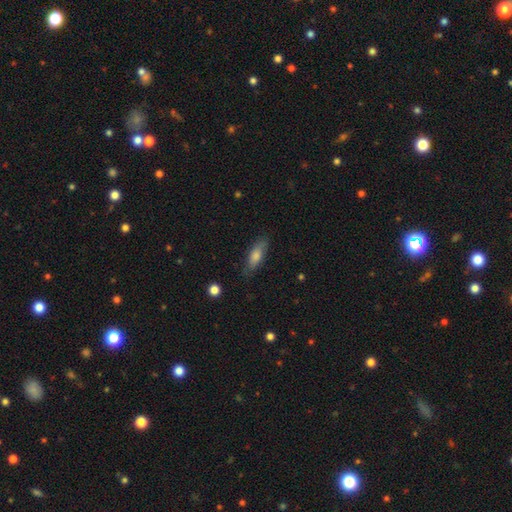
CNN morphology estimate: Overall: smooth (69%). How rounded: in between (49%, tied with cigar-shaped). Merging: none (82%).